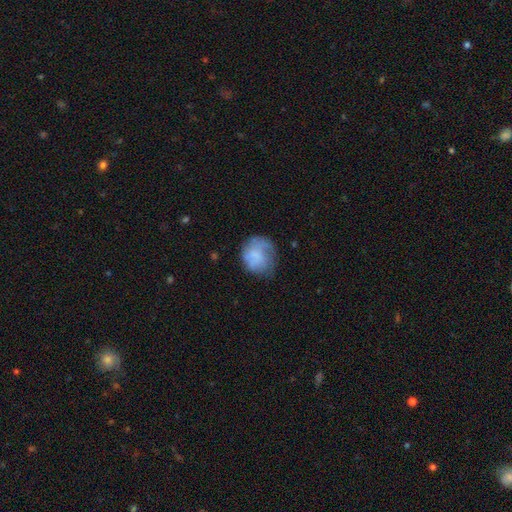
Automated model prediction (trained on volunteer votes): Smooth or featured?
  - smooth: 66% *
  - featured or disk: 25%
  - star or artifact: 8%
How rounded?
  - round: 72% *
  - in between: 27%
  - cigar-shaped: 1%
Merging?
  - none: 49% *
  - minor disturbance: 30%
  - major disturbance: 19%
  - merger: 2%